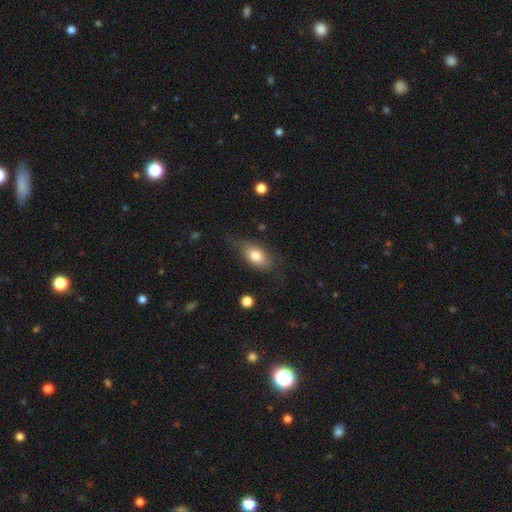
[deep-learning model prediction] A smooth galaxy with no disk features (78%) that is in between round and cigar-shaped (87%).

Vote fractions:
- Smooth or featured? smooth: 78% / featured or disk: 15% / star or artifact: 7%
- How rounded? in between: 87% / round: 8% / cigar-shaped: 5%
- Merging? none: 64% / minor disturbance: 24% / major disturbance: 10% / merger: 2%